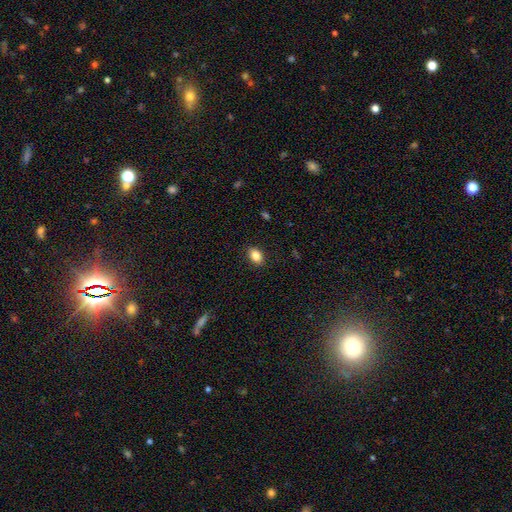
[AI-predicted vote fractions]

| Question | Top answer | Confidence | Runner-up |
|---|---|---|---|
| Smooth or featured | smooth | 86% | star or artifact (9%) |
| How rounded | in between | 81% | round (18%) |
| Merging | none | 89% | minor disturbance (8%) |